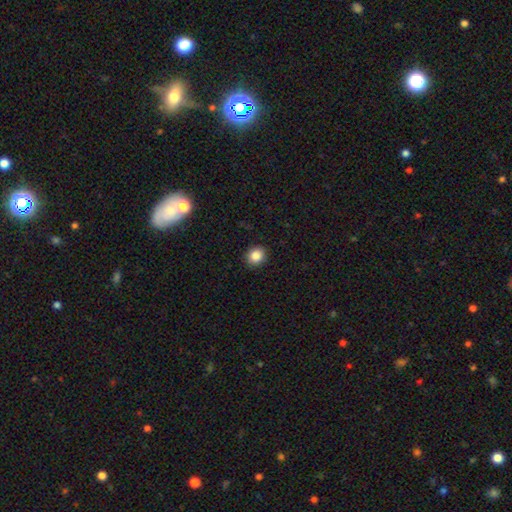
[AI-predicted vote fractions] smooth_or_featured: smooth (p=0.86) [alt: star or artifact p=0.10]
how_rounded: round (p=0.77) [alt: in between p=0.22]
merging: none (p=0.91) [alt: minor disturbance p=0.06]